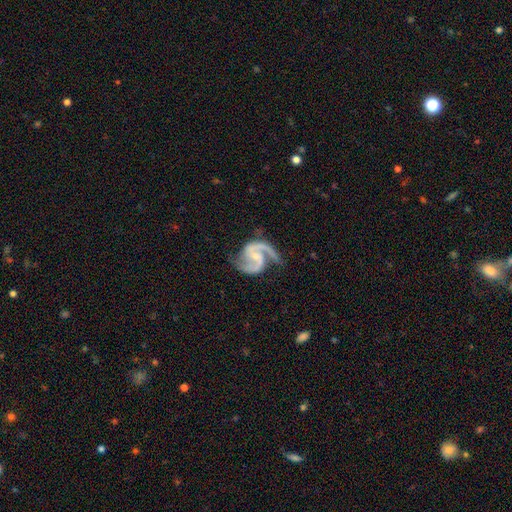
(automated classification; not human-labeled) This appears to be a featured or disk galaxy (93%) with a weak bar (43%), 2 (92%) medium (64%) spiral arms (98%) and a small central bulge (62%). Merging: none (70%).